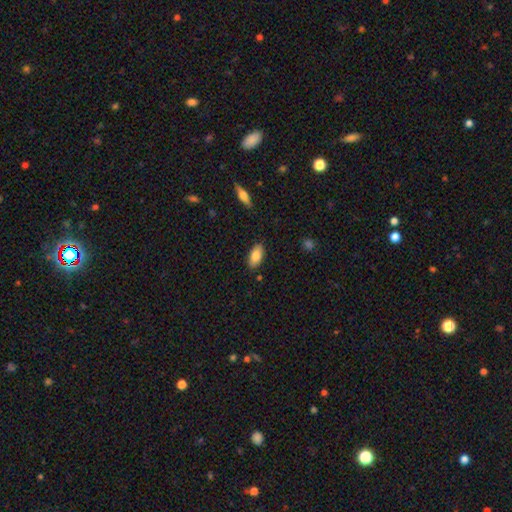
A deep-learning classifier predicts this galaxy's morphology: Smooth or featured? Predicted: smooth (p=0.82). How rounded? Predicted: in between (p=0.90). Merging? Predicted: none (p=0.87).